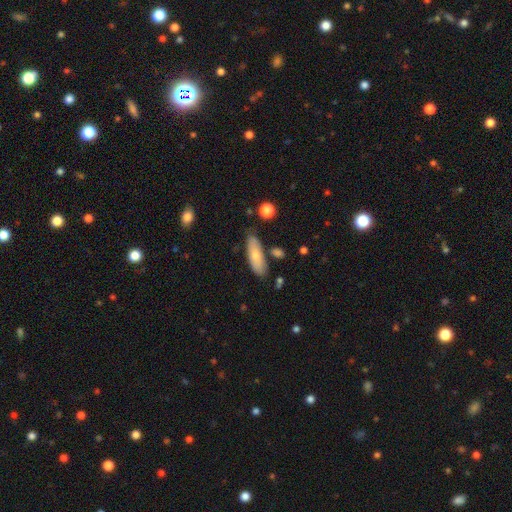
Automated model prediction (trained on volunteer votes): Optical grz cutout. It shows a smooth galaxy with no disk features (70%) that is in between round and cigar-shaped (61%). Merging: none (74%).